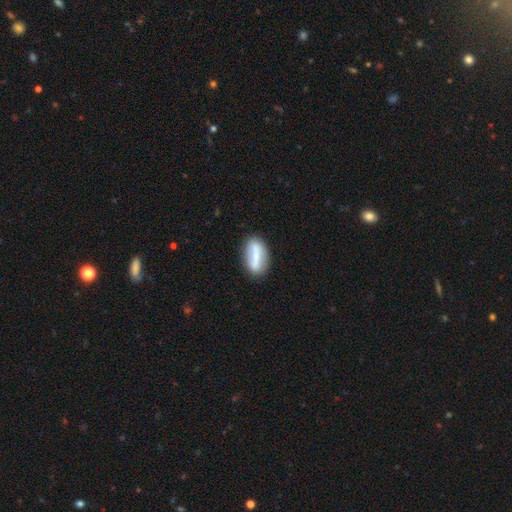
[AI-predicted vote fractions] This appears to be a smooth galaxy with no disk features (56%) that is in between round and cigar-shaped (81%). Merging: none (80%).